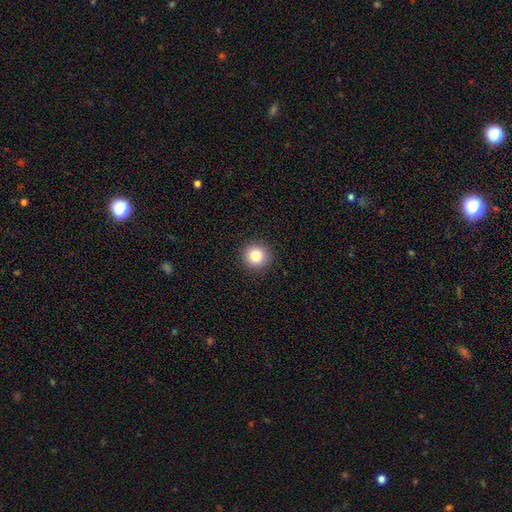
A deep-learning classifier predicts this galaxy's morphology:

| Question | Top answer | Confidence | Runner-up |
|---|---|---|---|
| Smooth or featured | smooth | 82% | star or artifact (11%) |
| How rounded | round | 95% | in between (4%) |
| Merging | none | 93% | minor disturbance (5%) |